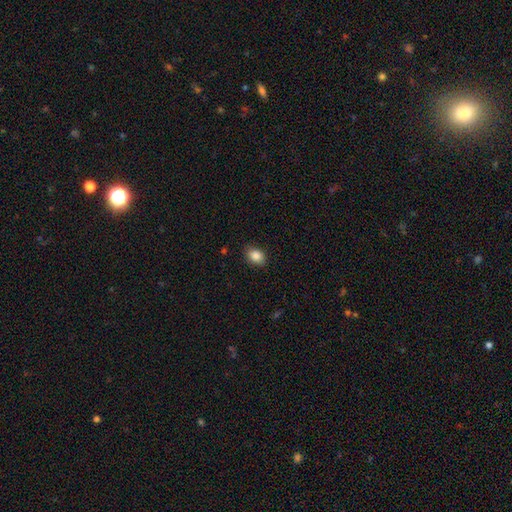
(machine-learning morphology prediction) A smooth galaxy with no disk features (87%) that is in between round and cigar-shaped (72%). Merging: none (86%).